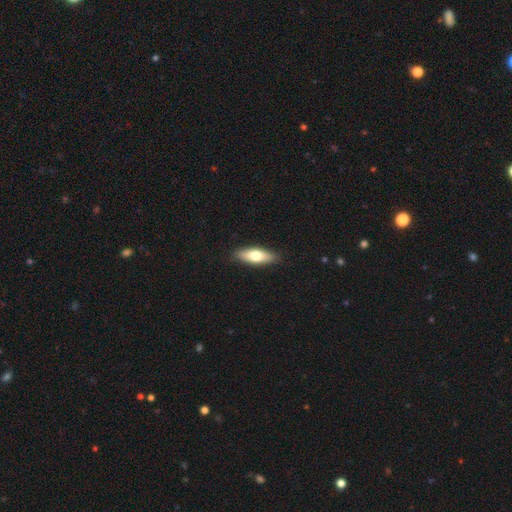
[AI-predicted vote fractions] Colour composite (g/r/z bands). It shows a smooth galaxy with no disk features (67%) that is in between round and cigar-shaped (56%). Merging: none (89%).